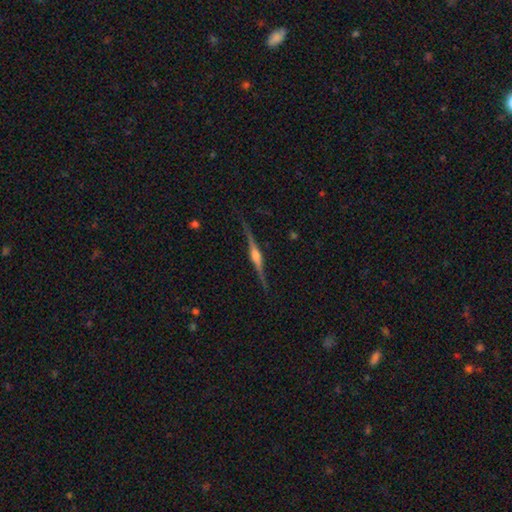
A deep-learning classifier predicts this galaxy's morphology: type=featured or disk (84%); edge-on=yes (98%); edge-on bulge=rounded (85%); merging=none (87%).